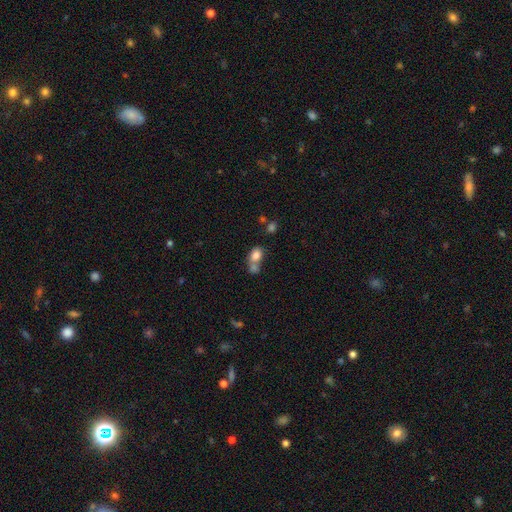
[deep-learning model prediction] Smooth or featured? smooth (79%)
How rounded? in between (72%)
Merging? merger (53%)